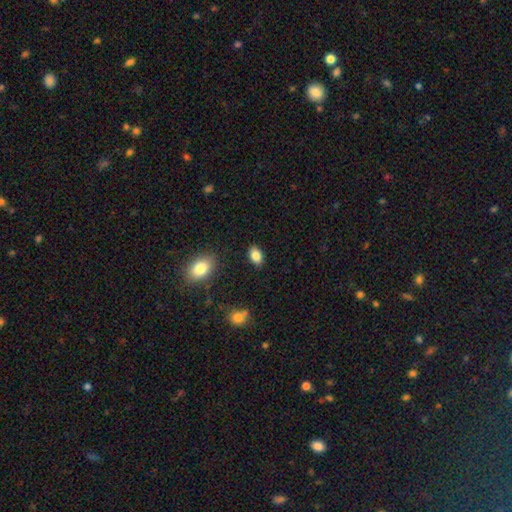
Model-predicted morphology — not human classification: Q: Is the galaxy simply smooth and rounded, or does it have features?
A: smooth — 84%.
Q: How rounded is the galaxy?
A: in between — 88%.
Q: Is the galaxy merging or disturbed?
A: none — 87%.